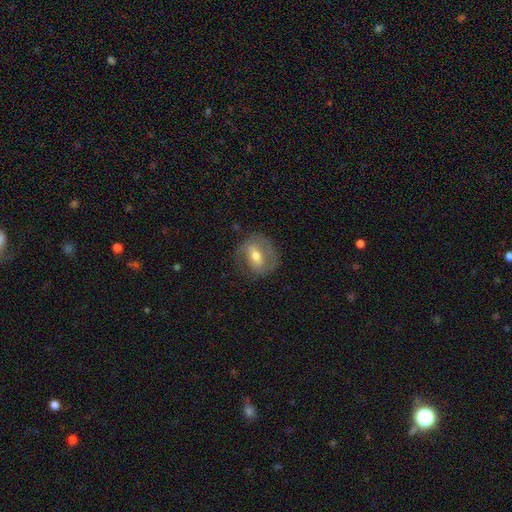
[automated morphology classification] featured or disk 65%, smooth 28%, star or artifact 7%. Down the decision tree: edge-on disk — no (94%); bar — weak (40%); spiral arms — yes (70%); bulge size — moderate (69%); merging — none (72%).